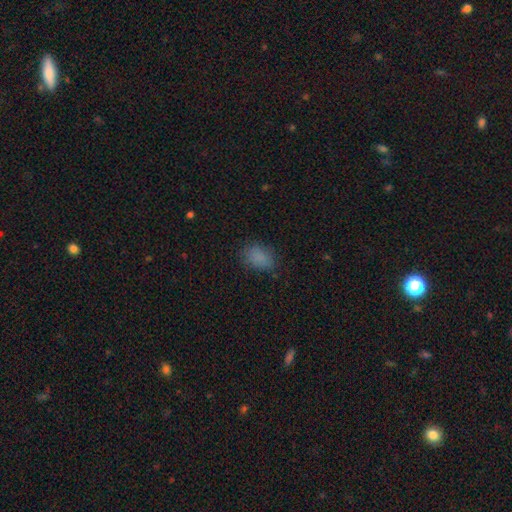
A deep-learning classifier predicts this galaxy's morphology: smooth 83%, star or artifact 12%, featured or disk 5%. Down the decision tree: how rounded — in between (81%); merging — none (76%).